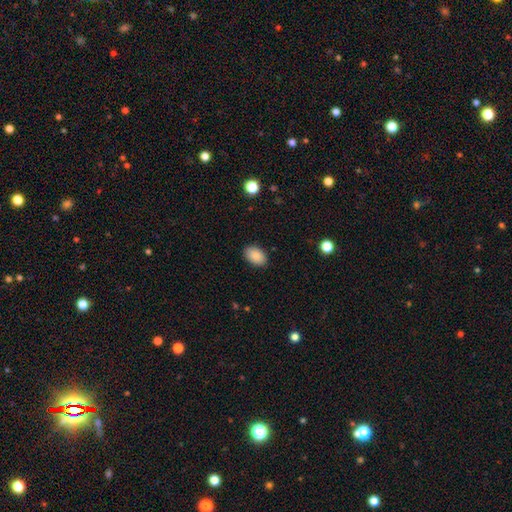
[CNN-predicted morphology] smooth_or_featured: smooth (p=0.89) [alt: star or artifact p=0.07]
how_rounded: in between (p=0.88) [alt: round p=0.11]
merging: none (p=0.88) [alt: minor disturbance p=0.09]